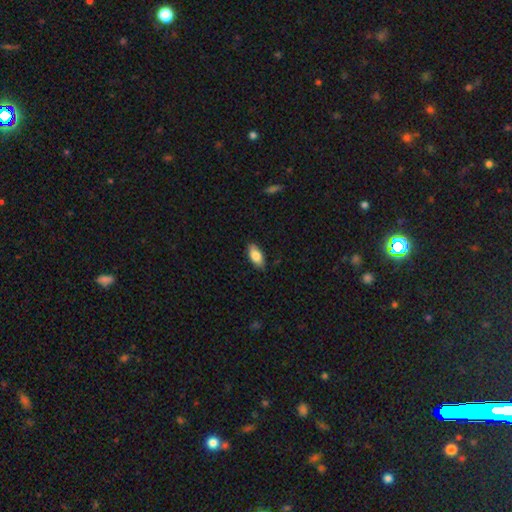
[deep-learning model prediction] The model was most divided on "smooth or featured": smooth: 82%, featured or disk: 12%, star or artifact: 6%. More confident: how rounded — in between (88%); merging — none (83%).